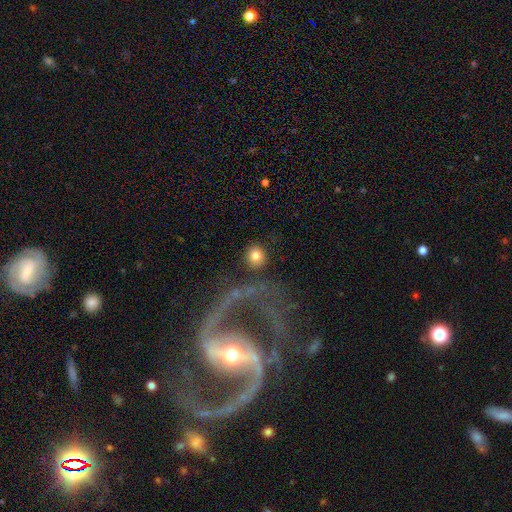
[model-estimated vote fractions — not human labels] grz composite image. It shows a smooth galaxy with no disk features (80%) that is round (87%). Merging: none (81%).